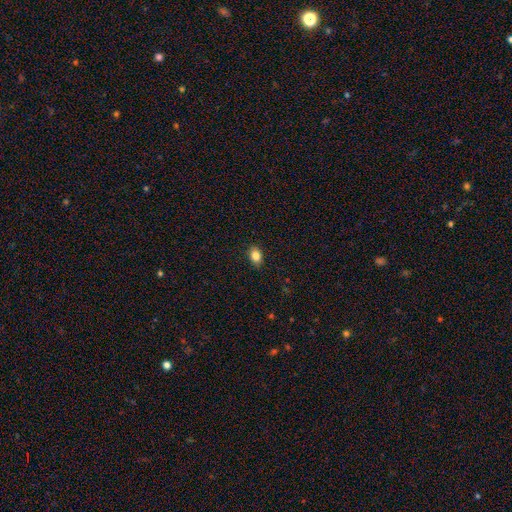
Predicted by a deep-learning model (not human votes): Morphology: type=smooth (84%); roundness=in between (77%); merging=none (88%).